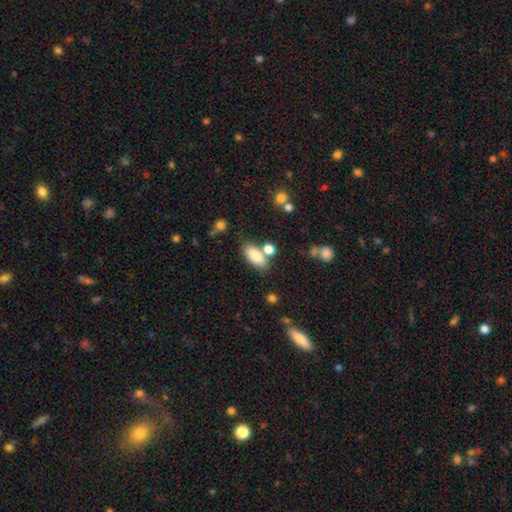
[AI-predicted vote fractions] Smooth or featured?
  - smooth: 81% *
  - featured or disk: 11%
  - star or artifact: 8%
How rounded?
  - in between: 84% *
  - cigar-shaped: 12%
  - round: 4%
Merging?
  - none: 63% *
  - merger: 19%
  - minor disturbance: 13%
  - major disturbance: 5%